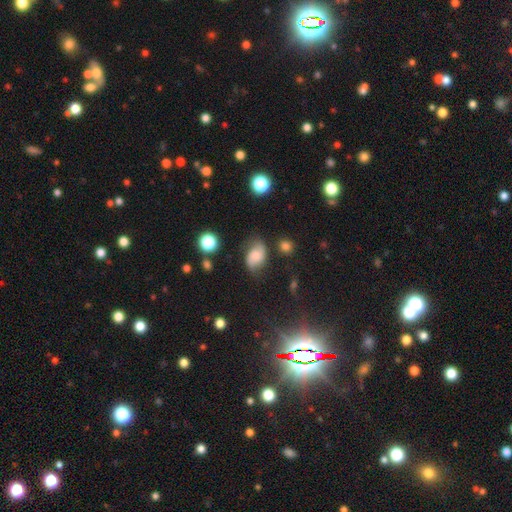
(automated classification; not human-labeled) A smooth galaxy with no disk features (44%, tied with featured or disk).

Vote fractions:
- Smooth or featured? smooth: 44% (tied) / featured or disk: 44% (tied) / star or artifact: 12%
- Merging? none: 66% / minor disturbance: 22% / major disturbance: 8% / merger: 3%